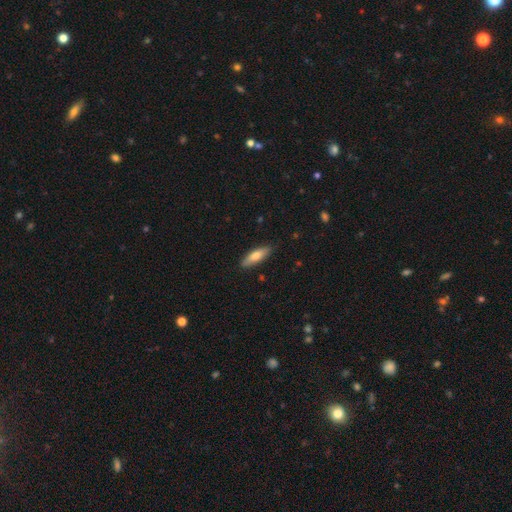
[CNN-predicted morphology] type=smooth (72%); roundness=cigar-shaped (51%); merging=none (87%).